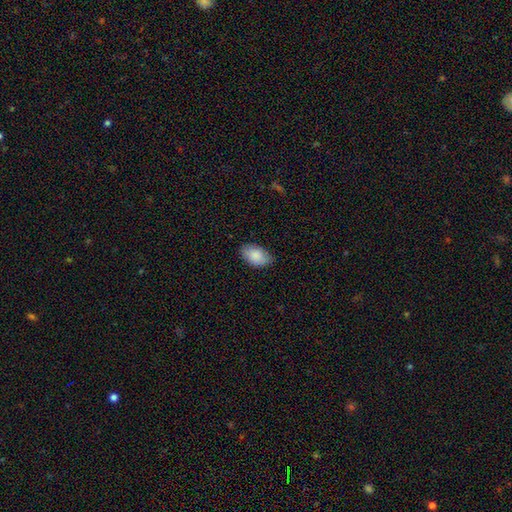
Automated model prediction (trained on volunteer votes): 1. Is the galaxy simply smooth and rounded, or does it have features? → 87% smooth, 7% featured or disk, 6% star or artifact.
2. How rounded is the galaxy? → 92% in between, 7% round, 1% cigar-shaped.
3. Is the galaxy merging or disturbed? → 77% none, 19% minor disturbance, 3% major disturbance, 1% merger.